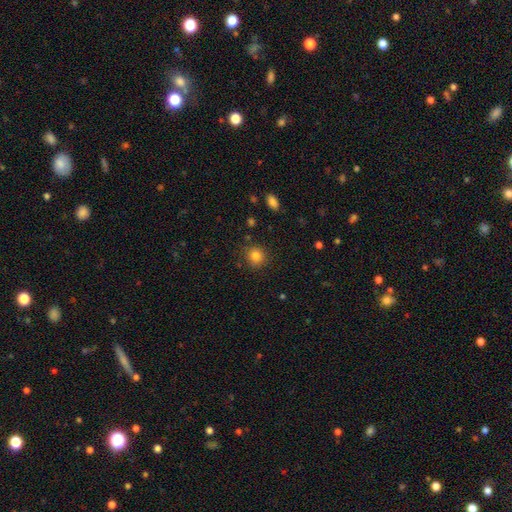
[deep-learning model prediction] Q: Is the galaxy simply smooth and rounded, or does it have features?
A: smooth — 83%.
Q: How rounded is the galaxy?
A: round — 88%.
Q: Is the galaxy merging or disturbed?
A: none — 85%.